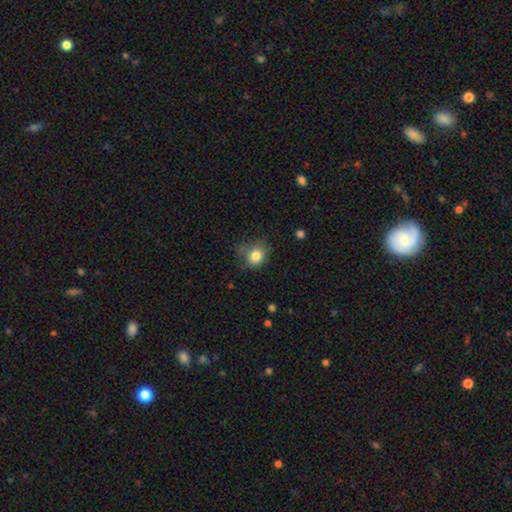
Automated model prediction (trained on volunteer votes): A smooth galaxy with no disk features (82%) that is round (62%). Merging: none (57%).